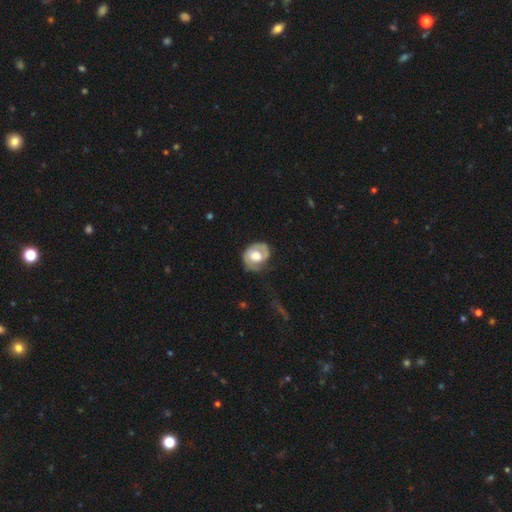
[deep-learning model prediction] Smooth or featured?
  - featured or disk: 57% *
  - smooth: 37%
  - star or artifact: 6%
Edge-on disk?
  - no: 96% *
  - yes: 4%
Bar?
  - no: 67% *
  - weak: 26%
  - strong: 6%
Spiral arms?
  - yes: 71% *
  - no: 29%
Bulge size?
  - large: 52% *
  - moderate: 33%
  - dominant: 6%
  - small: 5%
  - none: 3%
Merging?
  - none: 56% *
  - minor disturbance: 26%
  - major disturbance: 16%
  - merger: 2%